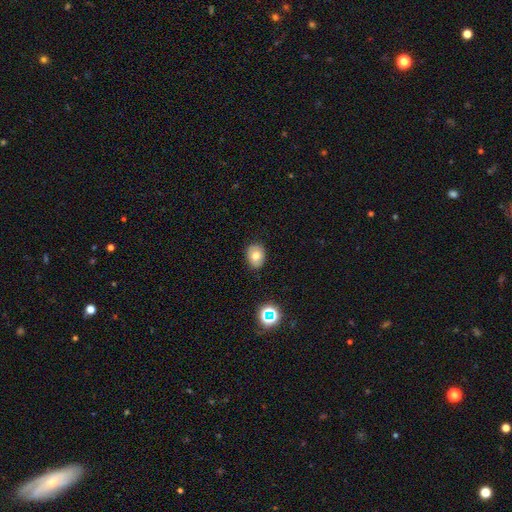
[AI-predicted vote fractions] Smooth or featured? Predicted: smooth (p=0.73). How rounded? Predicted: in between (p=0.58). Merging? Predicted: none (p=0.84).